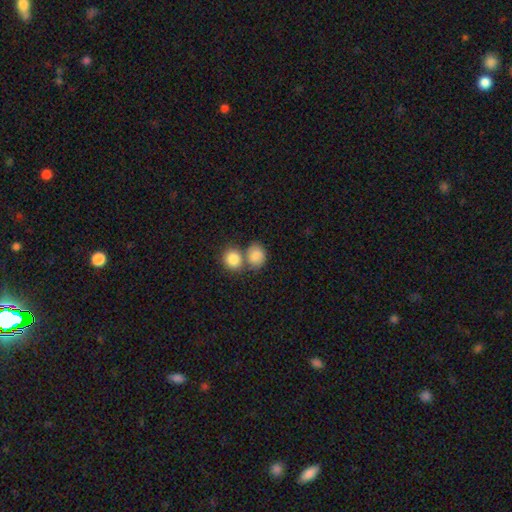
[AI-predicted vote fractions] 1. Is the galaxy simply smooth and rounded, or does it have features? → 86% smooth, 7% featured or disk, 7% star or artifact.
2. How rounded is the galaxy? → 53% round, 46% in between, 1% cigar-shaped.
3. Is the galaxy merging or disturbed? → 46% merger, 39% none, 11% minor disturbance, 4% major disturbance.